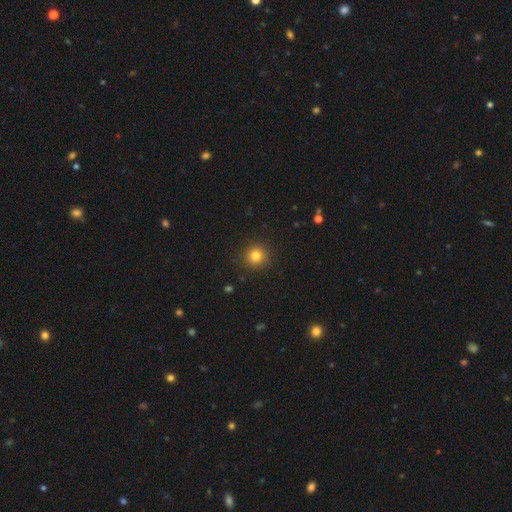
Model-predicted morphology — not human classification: This is clearly a smooth galaxy (82%). How rounded: clearly round (94%). Merging: clearly none (90%).